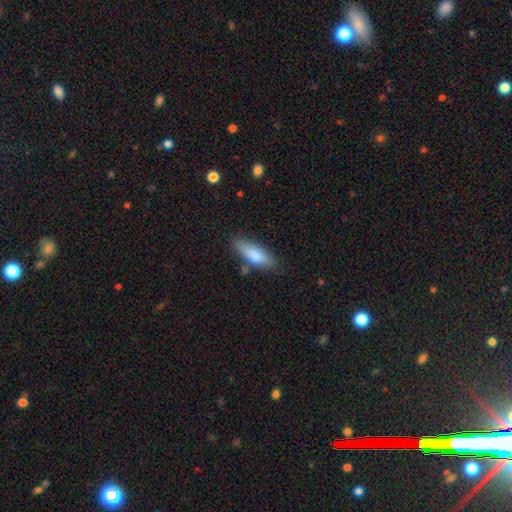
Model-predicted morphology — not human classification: Smooth or featured? smooth (80%)
How rounded? in between (59%)
Merging? none (75%)